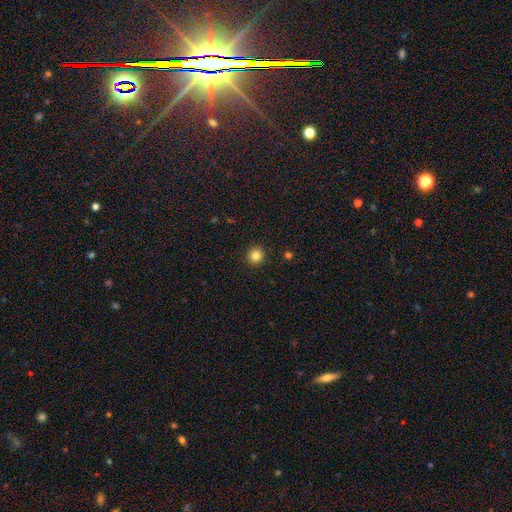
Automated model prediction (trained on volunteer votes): This appears to be a smooth galaxy with no disk features (84%) that is round (95%). Merging: none (93%).